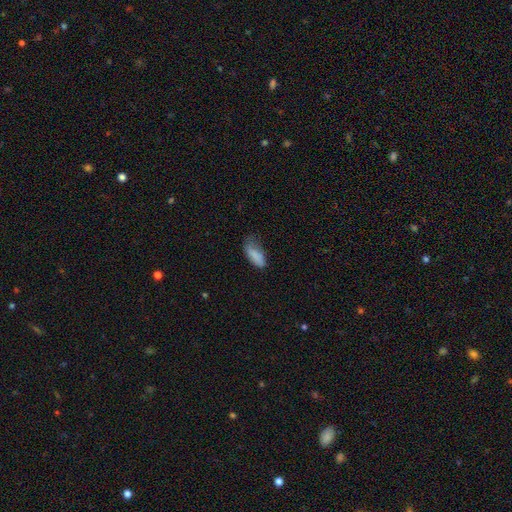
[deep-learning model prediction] A smooth galaxy with no disk features (82%) that is in between round and cigar-shaped (86%).

Vote fractions:
- Smooth or featured? smooth: 82% / featured or disk: 10% / star or artifact: 8%
- How rounded? in between: 86% / cigar-shaped: 12% / round: 2%
- Merging? minor disturbance: 39% / none: 37% / major disturbance: 21% / merger: 2%